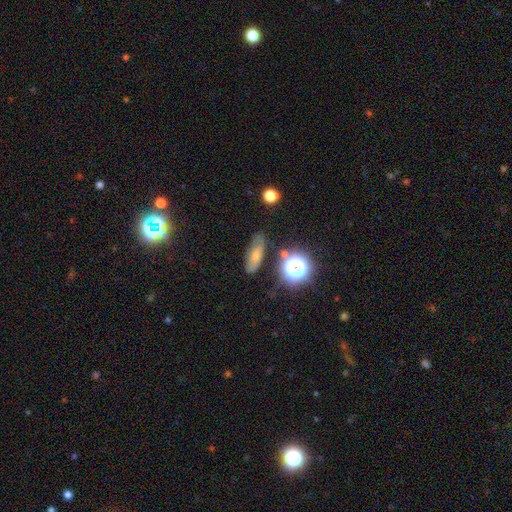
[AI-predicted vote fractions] smooth 39%, star or artifact 33%, featured or disk 29%. Down the decision tree: merging — none (79%).